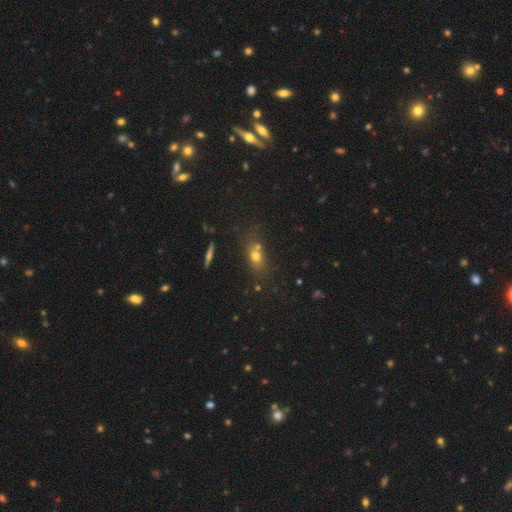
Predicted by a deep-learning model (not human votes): Morphology: type=smooth (63%); roundness=in between (50%); merging=none (54%).